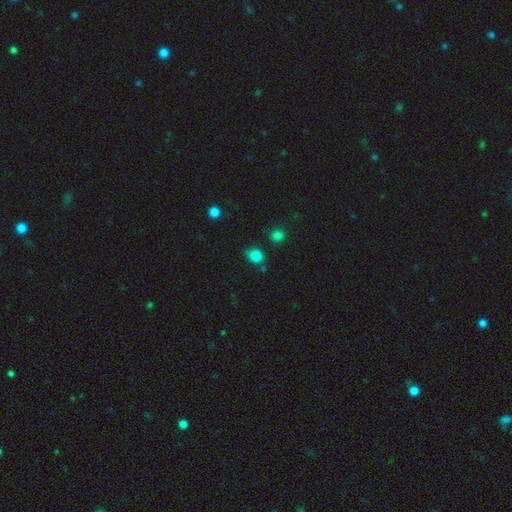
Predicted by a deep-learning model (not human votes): A smooth galaxy with no disk features (83%) that is round (63%). Merging: none (74%).